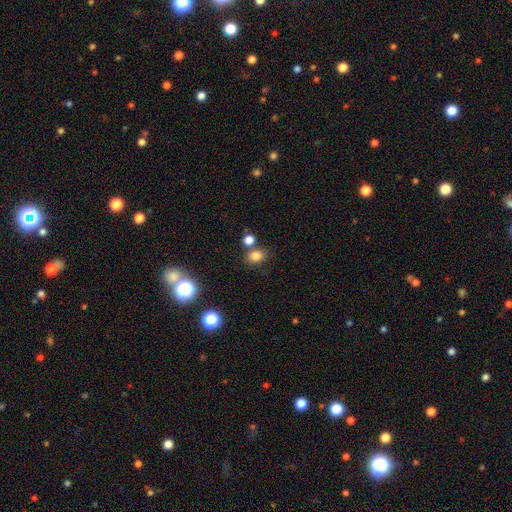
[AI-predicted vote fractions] The model was most divided on "how rounded": round: 58%, in between: 41%, cigar-shaped: 1%. More confident: smooth or featured — smooth (79%); merging — none (67%).